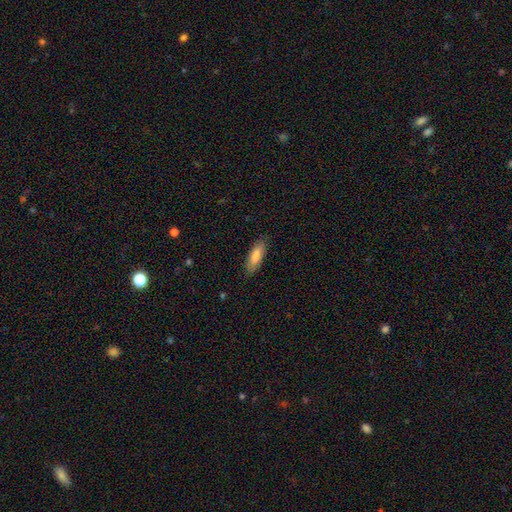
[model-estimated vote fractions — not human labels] This appears to be a smooth galaxy with no disk features (82%) that is in between round and cigar-shaped (53%). Merging: none (87%).